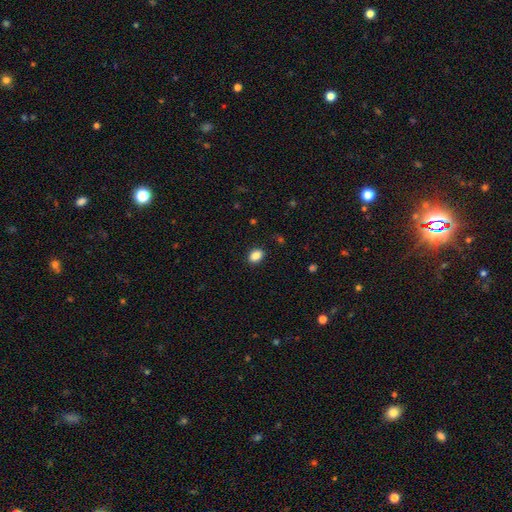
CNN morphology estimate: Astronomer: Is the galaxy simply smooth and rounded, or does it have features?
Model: smooth — 88%.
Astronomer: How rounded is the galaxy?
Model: in between — 71%.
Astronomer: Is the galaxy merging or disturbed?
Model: none — 88%.